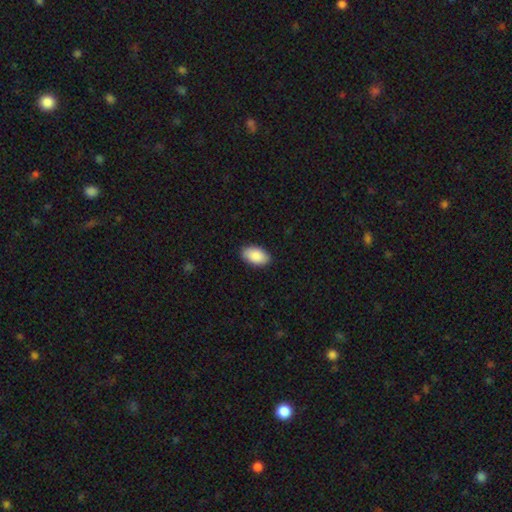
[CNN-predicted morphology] Smooth or featured? Predicted: smooth (p=0.90). How rounded? Predicted: in between (p=0.95). Merging? Predicted: none (p=0.89).